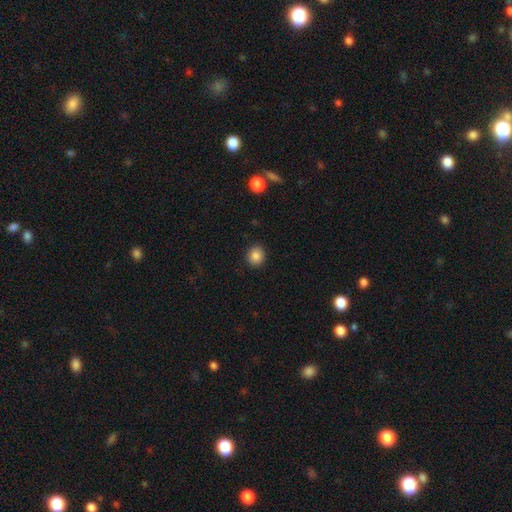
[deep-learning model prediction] Smooth or featured?
  - smooth: 85% *
  - star or artifact: 10%
  - featured or disk: 5%
How rounded?
  - round: 82% *
  - in between: 17%
  - cigar-shaped: 1%
Merging?
  - none: 91% *
  - minor disturbance: 6%
  - major disturbance: 2%
  - merger: 1%